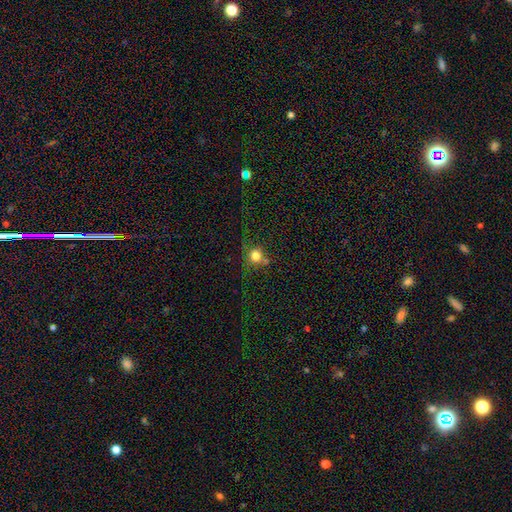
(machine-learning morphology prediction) smooth_or_featured: smooth (p=0.77) [alt: star or artifact p=0.15]
how_rounded: round (p=0.90) [alt: in between p=0.09]
merging: none (p=0.63) [alt: merger p=0.16]